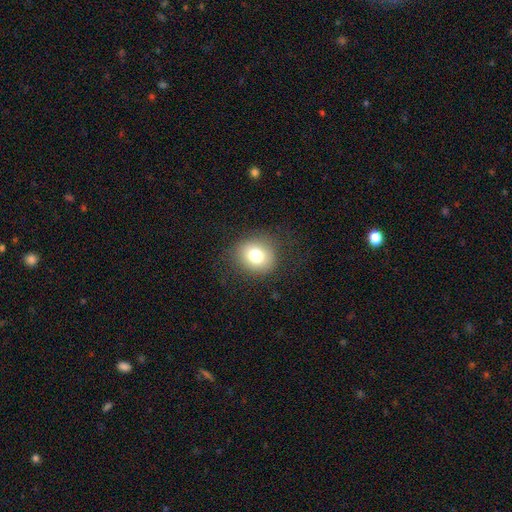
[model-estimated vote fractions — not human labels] This is likely a smooth galaxy (77%). How rounded: likely round (76%). Merging: clearly none (84%).